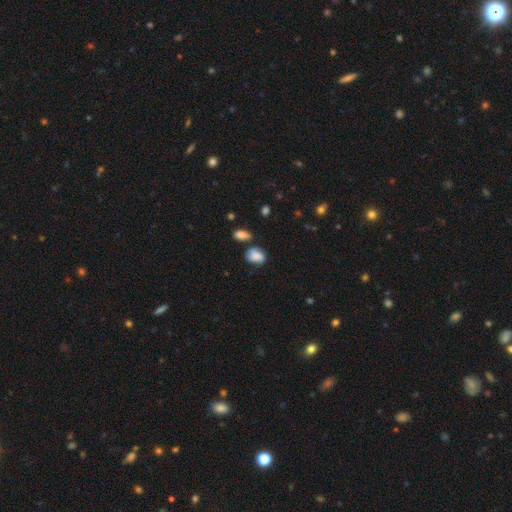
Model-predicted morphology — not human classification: Smooth or featured? Predicted: smooth (p=0.79). How rounded? Predicted: in between (p=0.71). Merging? Predicted: none (p=0.49).